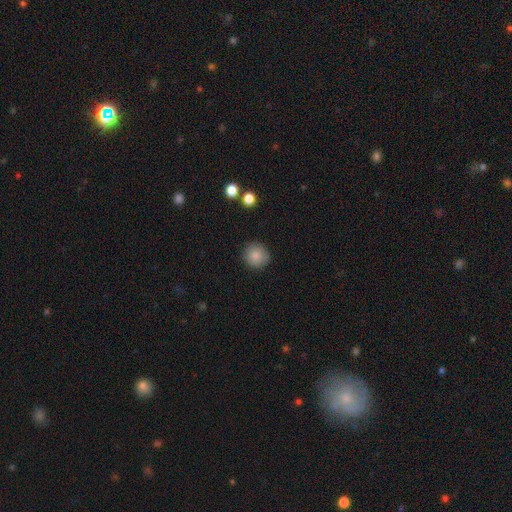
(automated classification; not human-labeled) Smooth or featured? smooth (84%)
How rounded? round (90%)
Merging? none (86%)